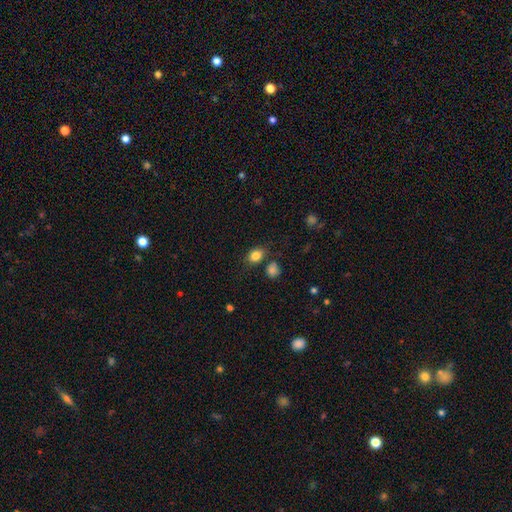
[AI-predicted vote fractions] smooth-or-featured: smooth: 83% | star or artifact: 10% | featured or disk: 7%
  how-rounded: in between: 60% | round: 39% | cigar-shaped: 1%
  merging: none: 74% | minor disturbance: 14% | merger: 8% | major disturbance: 4%